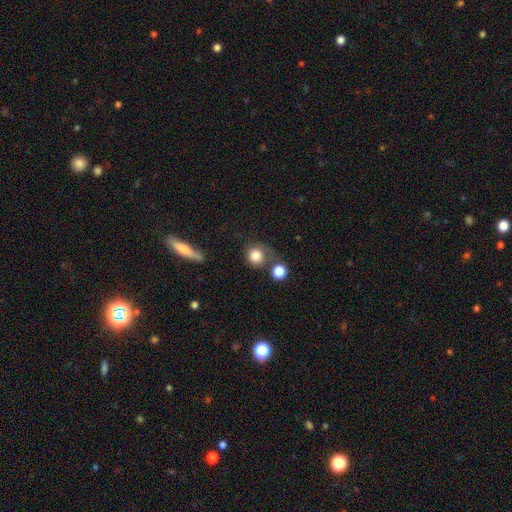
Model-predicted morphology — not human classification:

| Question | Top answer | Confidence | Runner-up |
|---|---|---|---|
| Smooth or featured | smooth | 81% | featured or disk (9%) |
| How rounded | round | 87% | in between (12%) |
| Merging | none | 52% | merger (20%) |